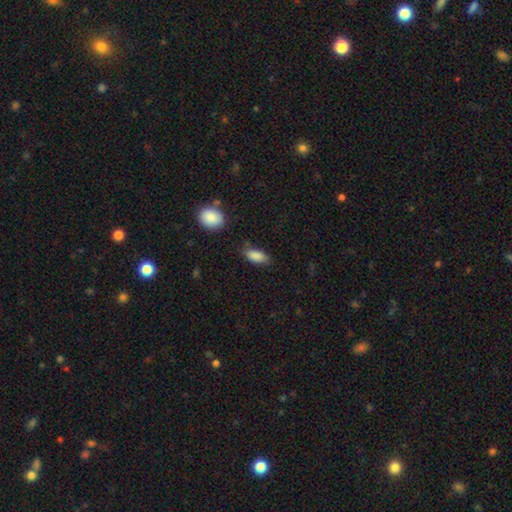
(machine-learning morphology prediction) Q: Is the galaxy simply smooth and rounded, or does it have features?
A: smooth — 87%.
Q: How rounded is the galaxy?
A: in between — 87%.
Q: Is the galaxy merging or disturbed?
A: none — 75%.